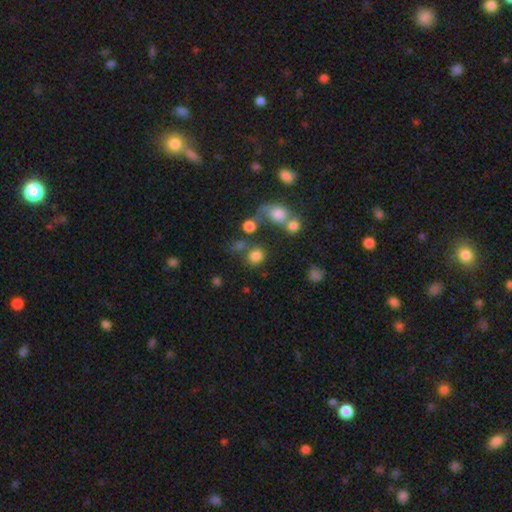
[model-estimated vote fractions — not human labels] Smooth or featured? smooth (80%)
How rounded? round (85%)
Merging? none (63%)